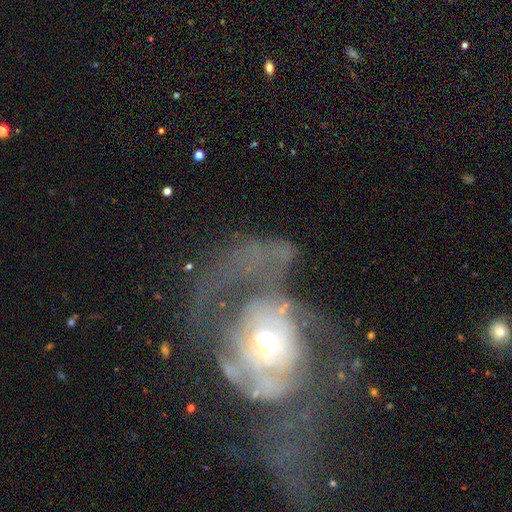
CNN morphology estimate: Smooth or featured? Predicted: featured or disk (p=0.67). Edge-on disk? Predicted: no (p=0.96). Bar? Predicted: no (p=0.78). Spiral arms? Predicted: yes (p=0.55). Bulge size? Predicted: moderate (p=0.52). Merging? Predicted: major disturbance (p=0.57).